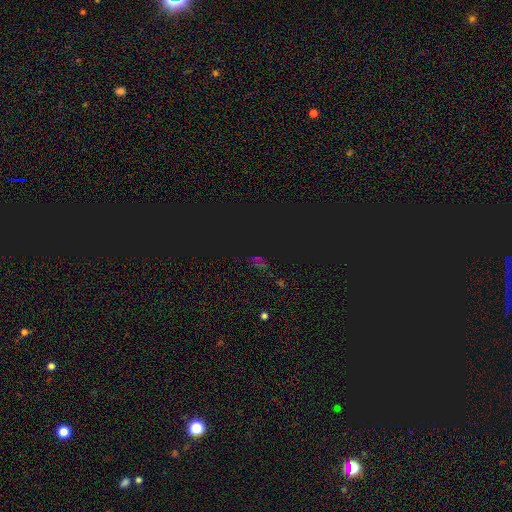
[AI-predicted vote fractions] A star or artifact, not a galaxy (73%).

Vote fractions:
- Smooth or featured? star or artifact: 73% / smooth: 19% / featured or disk: 8%